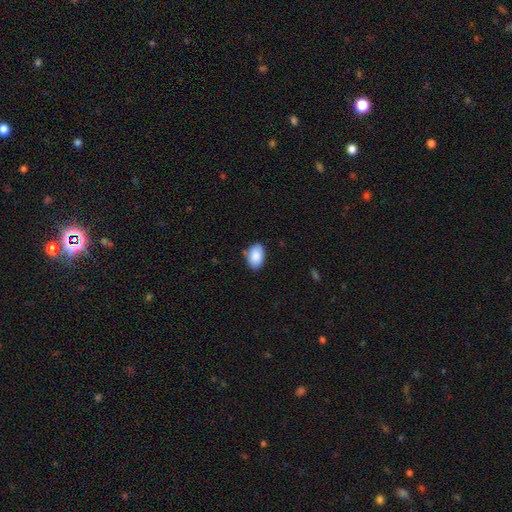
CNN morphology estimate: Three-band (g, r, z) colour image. It shows a smooth galaxy with no disk features (89%) that is in between round and cigar-shaped (91%). Merging: none (82%).